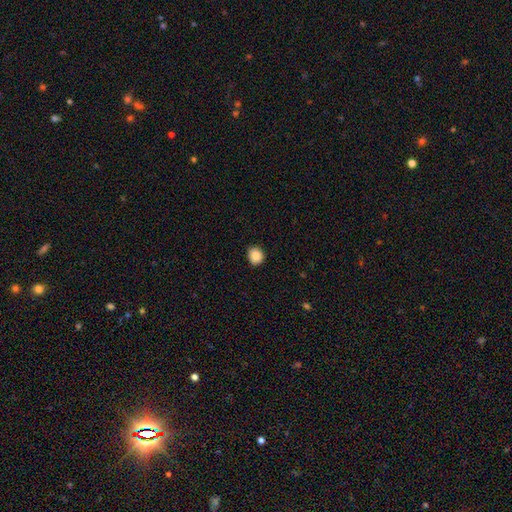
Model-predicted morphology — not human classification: type=smooth (87%); roundness=round (77%); merging=none (88%).